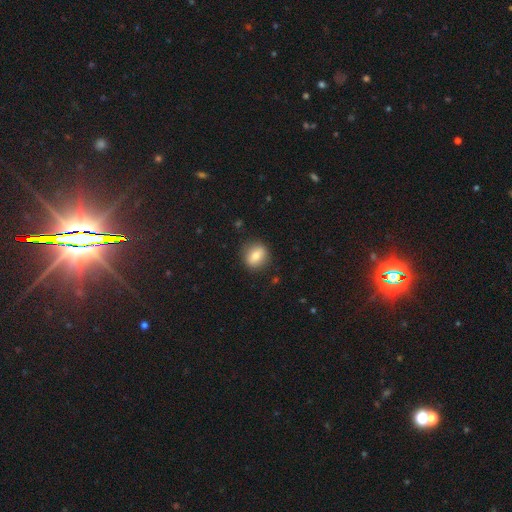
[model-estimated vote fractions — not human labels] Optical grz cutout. It shows a smooth galaxy with no disk features (73%) that is round (74%). Merging: none (87%).